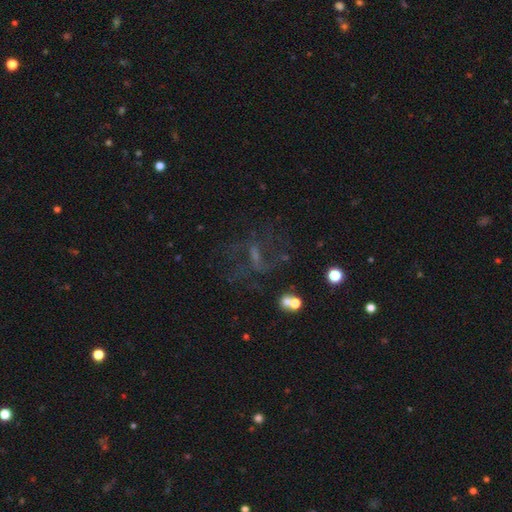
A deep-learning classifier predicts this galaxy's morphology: type=featured or disk (52%); edge-on=no (94%); merging=none (52%).